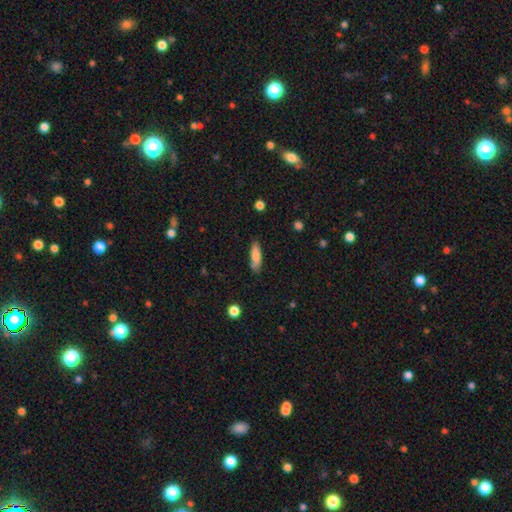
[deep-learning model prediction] Smooth or featured? Predicted: smooth (p=0.78). How rounded? Predicted: cigar-shaped (p=0.59). Merging? Predicted: none (p=0.79).